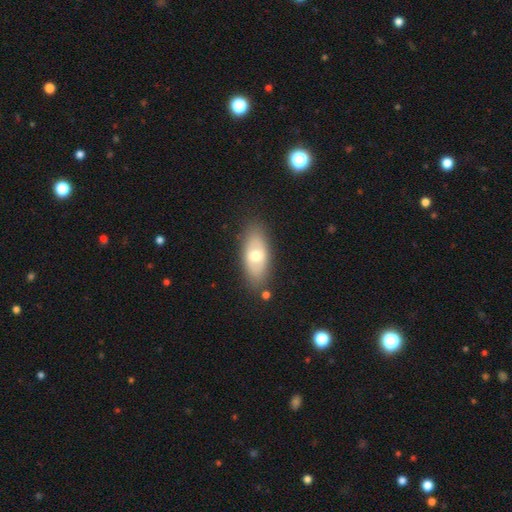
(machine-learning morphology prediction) A smooth galaxy with no disk features (60%) that is in between round and cigar-shaped (83%).

Vote fractions:
- Smooth or featured? smooth: 60% / featured or disk: 33% / star or artifact: 7%
- How rounded? in between: 83% / cigar-shaped: 13% / round: 4%
- Merging? none: 81% / minor disturbance: 12% / major disturbance: 3% / merger: 3%